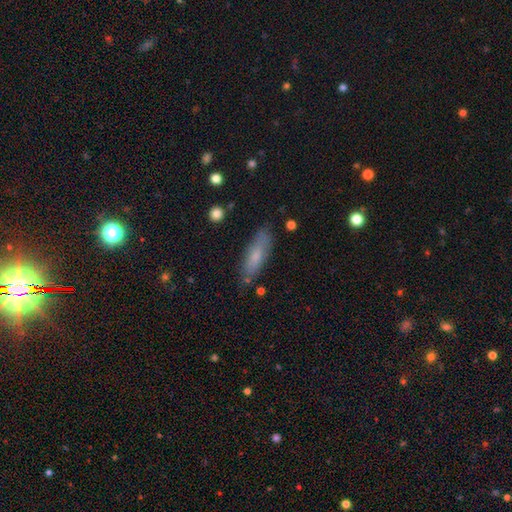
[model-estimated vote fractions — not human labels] A smooth galaxy with no disk features (70%) that is cigar-shaped (50%). Merging: none (77%).